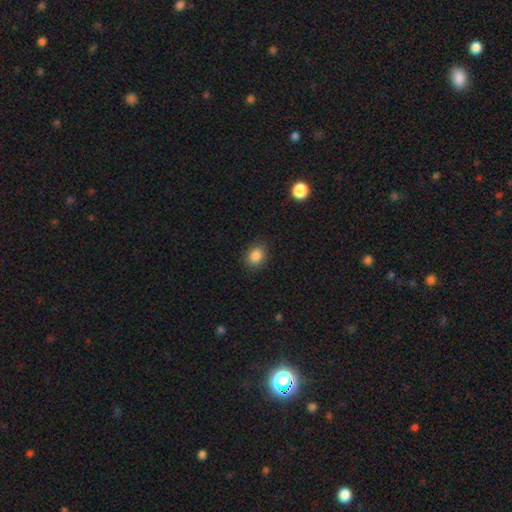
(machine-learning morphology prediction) Smooth or featured? Predicted: smooth (p=0.86). How rounded? Predicted: in between (p=0.55). Merging? Predicted: none (p=0.85).